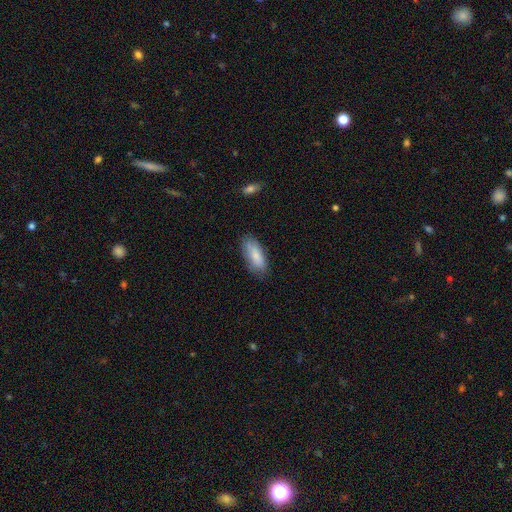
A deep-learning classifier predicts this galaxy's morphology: type=smooth (83%); roundness=in between (81%); merging=none (76%).